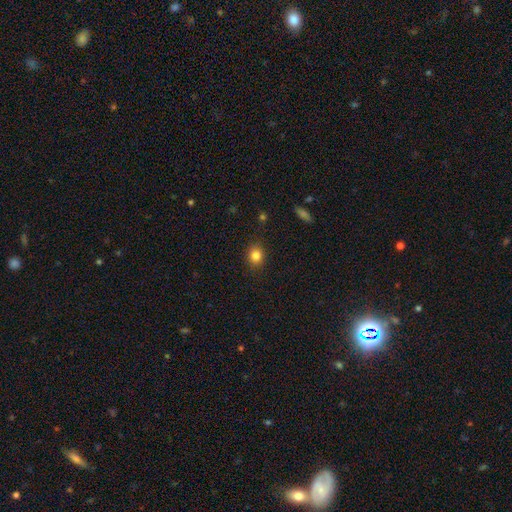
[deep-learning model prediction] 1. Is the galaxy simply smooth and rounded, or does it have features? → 83% smooth, 11% star or artifact, 6% featured or disk.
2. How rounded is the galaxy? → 73% round, 26% in between, 1% cigar-shaped.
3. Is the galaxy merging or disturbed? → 88% none, 9% minor disturbance, 2% major disturbance, 1% merger.